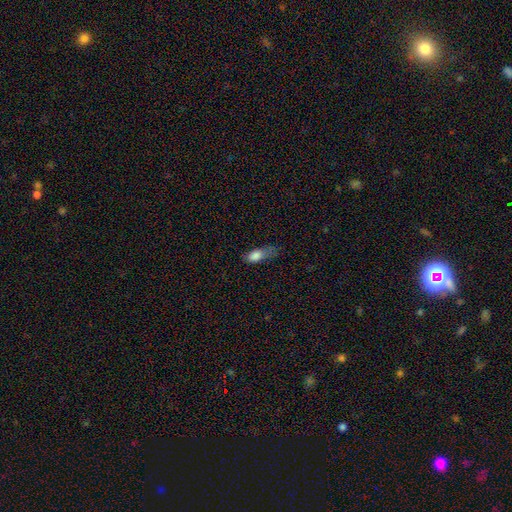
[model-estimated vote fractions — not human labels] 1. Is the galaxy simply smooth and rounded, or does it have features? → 79% smooth, 11% featured or disk, 9% star or artifact.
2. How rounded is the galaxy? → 79% in between, 16% cigar-shaped, 5% round.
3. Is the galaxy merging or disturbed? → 37% minor disturbance, 32% major disturbance, 28% none, 3% merger.